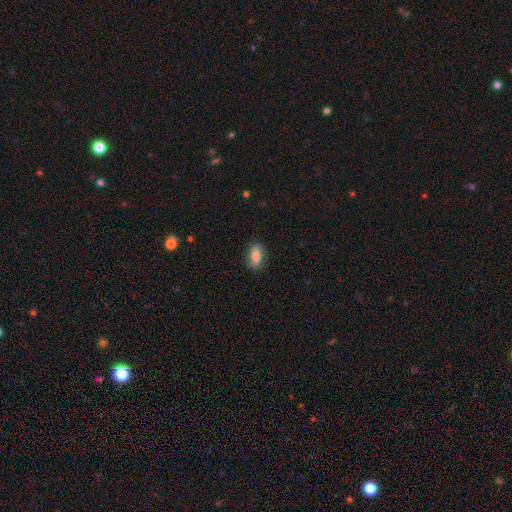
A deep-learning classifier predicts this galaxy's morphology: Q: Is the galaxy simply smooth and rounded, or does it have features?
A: smooth — 74%.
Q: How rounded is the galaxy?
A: in between — 84%.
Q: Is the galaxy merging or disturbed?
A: none — 81%.